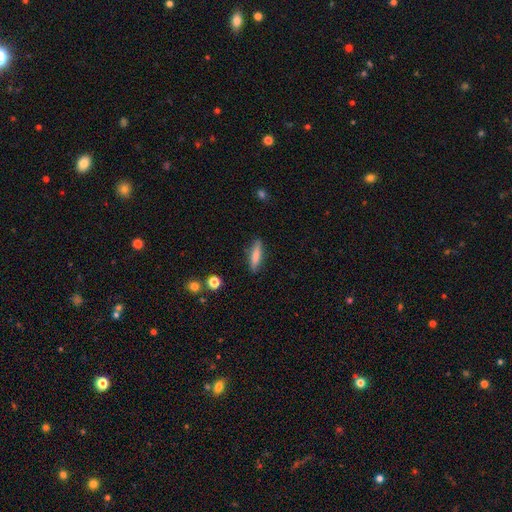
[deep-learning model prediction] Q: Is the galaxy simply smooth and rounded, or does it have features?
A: smooth — 75%.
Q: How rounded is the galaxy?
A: cigar-shaped — 76%.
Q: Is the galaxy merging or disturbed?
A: none — 87%.